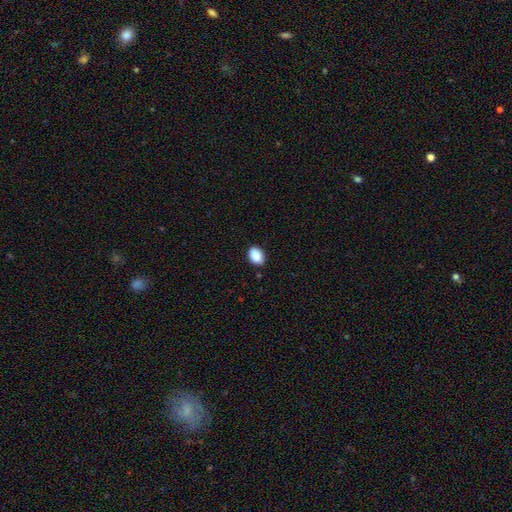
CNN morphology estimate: type=smooth (89%); roundness=in between (79%); merging=none (87%).